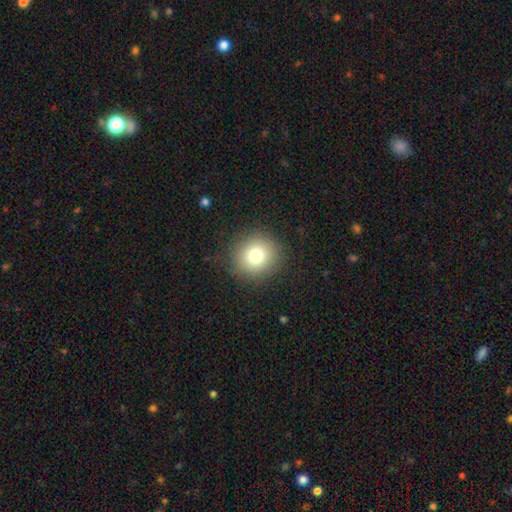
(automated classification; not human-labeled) The model was most divided on "smooth or featured": smooth: 78%, star or artifact: 12%, featured or disk: 10%. More confident: how rounded — round (90%); merging — none (89%).